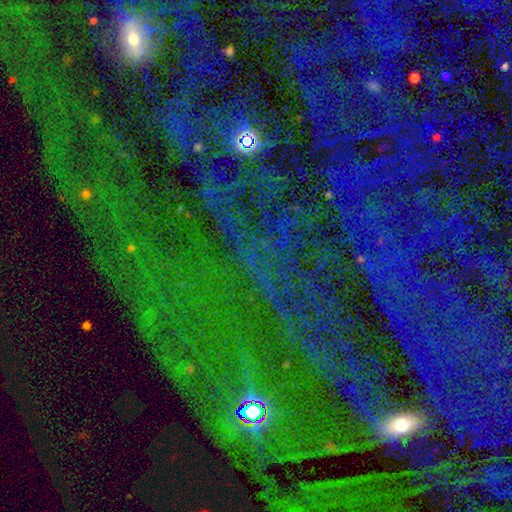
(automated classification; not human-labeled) star or artifact 82%, smooth 10%, featured or disk 9%.